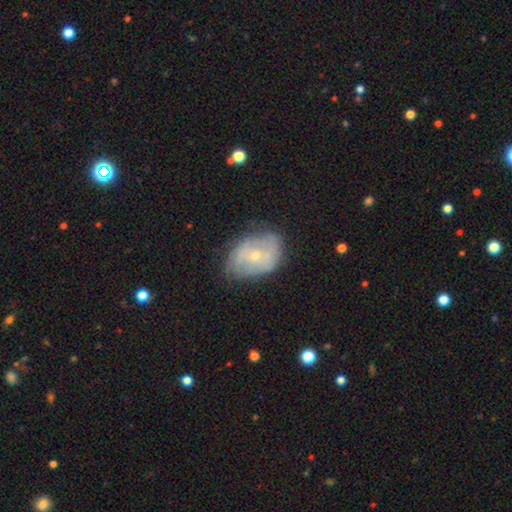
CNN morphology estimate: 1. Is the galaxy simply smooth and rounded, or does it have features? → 61% featured or disk, 31% smooth, 8% star or artifact.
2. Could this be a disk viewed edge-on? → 95% no, 5% yes.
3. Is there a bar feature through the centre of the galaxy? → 76% no, 20% weak, 4% strong.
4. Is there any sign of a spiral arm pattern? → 65% yes, 35% no.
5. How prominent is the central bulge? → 71% small, 26% moderate, 1% none, 1% large, 1% dominant.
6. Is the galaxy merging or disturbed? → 64% none, 26% minor disturbance, 8% major disturbance, 2% merger.